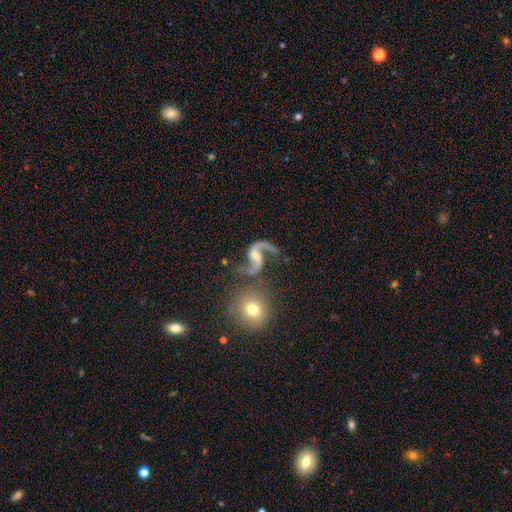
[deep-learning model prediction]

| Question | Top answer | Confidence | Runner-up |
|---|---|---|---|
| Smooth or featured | featured or disk | 90% | star or artifact (5%) |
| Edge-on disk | no | 98% | yes (2%) |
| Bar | no | 45% | weak (39%) |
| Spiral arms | yes | 97% | no (3%) |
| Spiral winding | loose | 80% | medium (17%) |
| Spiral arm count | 2 | 91% | 1 (5%) |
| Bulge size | small | 47% | moderate (42%) |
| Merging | none | 60% | minor disturbance (16%) |